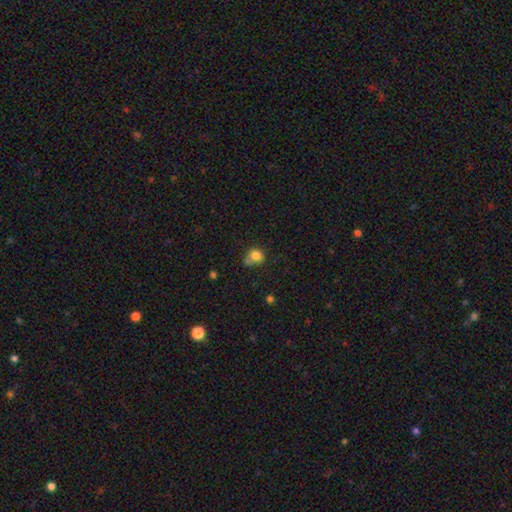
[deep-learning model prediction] Q: Smooth or featured?
A: smooth (81%); runner-up: star or artifact (11%)
Q: How rounded?
A: round (82%); runner-up: in between (17%)
Q: Merging?
A: none (53%); runner-up: merger (22%)